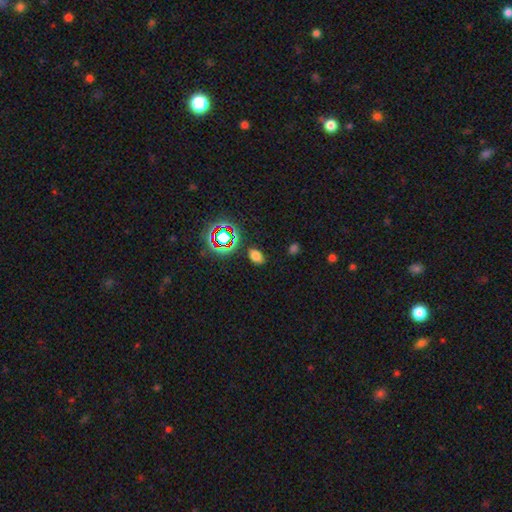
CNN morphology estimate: smooth_or_featured: smooth (p=0.71) [alt: star or artifact p=0.22]
how_rounded: in between (p=0.85) [alt: round p=0.13]
merging: none (p=0.84) [alt: minor disturbance p=0.11]